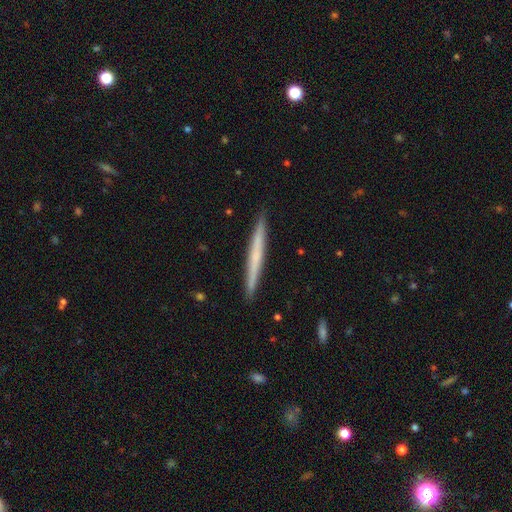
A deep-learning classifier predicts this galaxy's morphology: smooth-or-featured: smooth: 51% | featured or disk: 43% | star or artifact: 6%
  how-rounded: cigar-shaped: 97% | in between: 2% | round: 1%
  merging: none: 92% | minor disturbance: 5% | major disturbance: 1% | merger: 1%